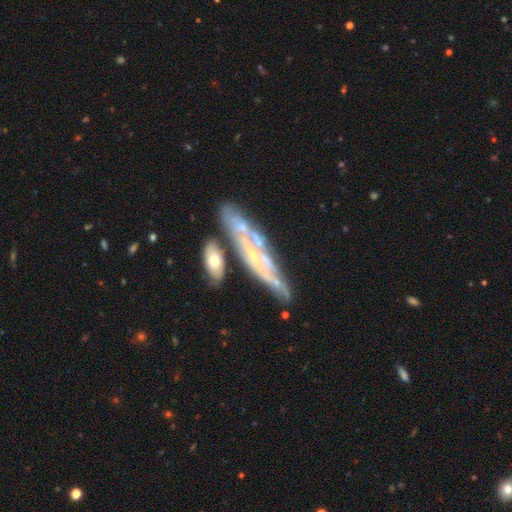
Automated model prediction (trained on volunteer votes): A featured or disk galaxy (74%).

Vote fractions:
- Smooth or featured? featured or disk: 74% / smooth: 19% / star or artifact: 7%
- Edge-on disk? no: 55% / yes: 45%
- Merging? none: 52% / merger: 22% / minor disturbance: 19% / major disturbance: 7%